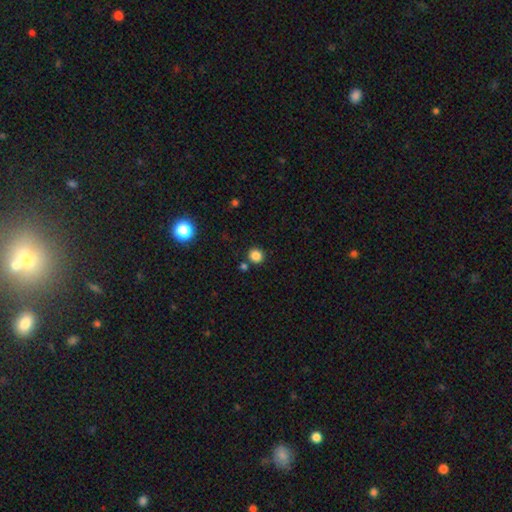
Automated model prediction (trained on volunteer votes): Smooth or featured? smooth (84%)
How rounded? round (87%)
Merging? none (83%)